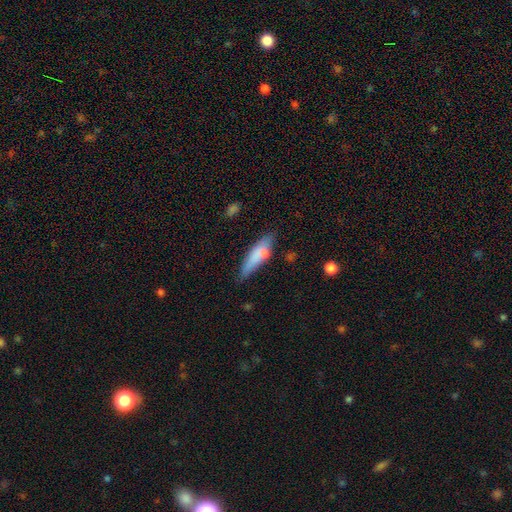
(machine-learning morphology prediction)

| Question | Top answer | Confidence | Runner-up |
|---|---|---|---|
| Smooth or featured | smooth | 67% | featured or disk (25%) |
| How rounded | cigar-shaped | 62% | in between (35%) |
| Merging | none | 59% | minor disturbance (25%) |